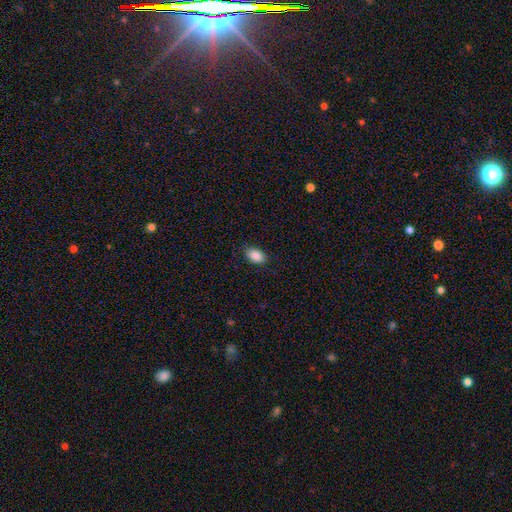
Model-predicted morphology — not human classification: Smooth or featured? smooth (88%)
How rounded? in between (89%)
Merging? none (87%)